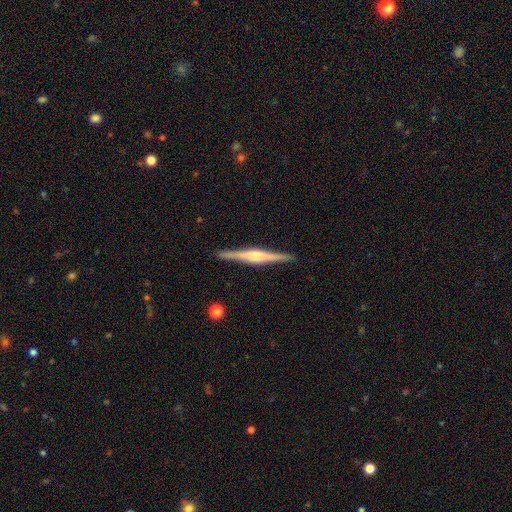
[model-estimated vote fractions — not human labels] featured or disk 79%, smooth 16%, star or artifact 5%. Down the decision tree: edge-on disk — yes (98%); edge-on bulge — rounded (55%); merging — none (91%).